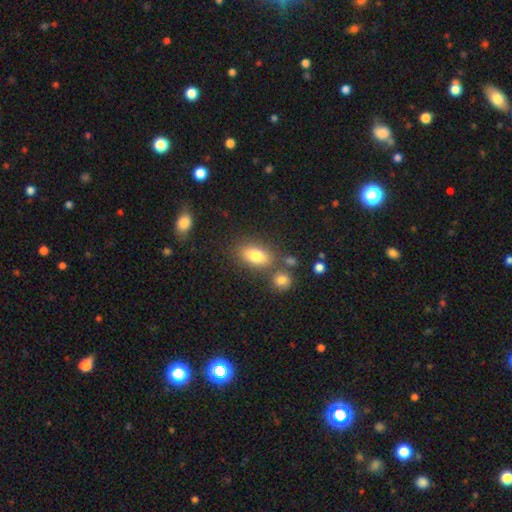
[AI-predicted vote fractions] smooth-or-featured: smooth: 81% | featured or disk: 10% | star or artifact: 9%
  how-rounded: in between: 85% | round: 10% | cigar-shaped: 5%
  merging: none: 71% | minor disturbance: 13% | merger: 12% | major disturbance: 4%